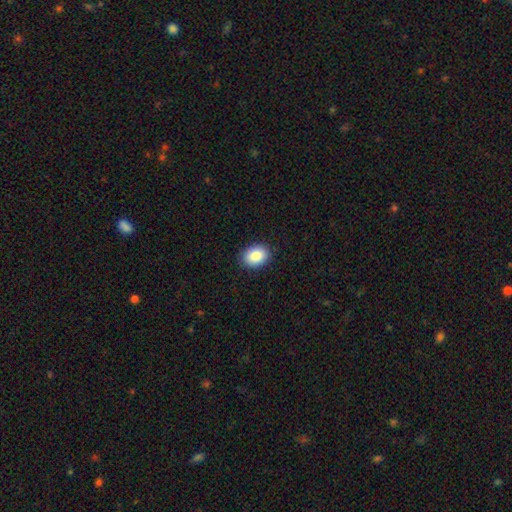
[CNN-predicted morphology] Overall: smooth (88%). How rounded: in between (76%). Merging: none (89%).